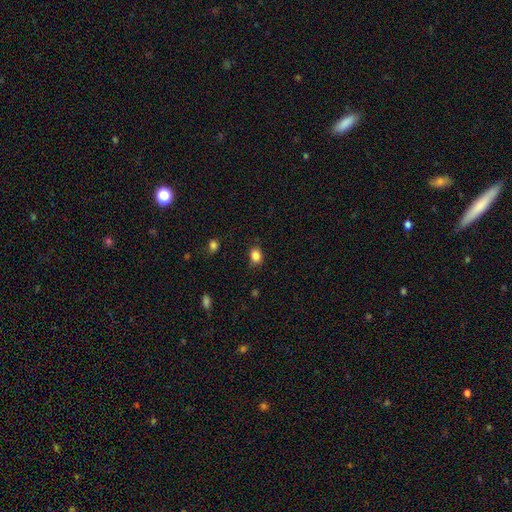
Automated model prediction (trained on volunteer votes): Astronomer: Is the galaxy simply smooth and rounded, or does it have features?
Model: smooth — 85%.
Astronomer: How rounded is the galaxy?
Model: in between — 57% (runner-up: round, 42%).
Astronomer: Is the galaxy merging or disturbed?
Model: none — 76%.